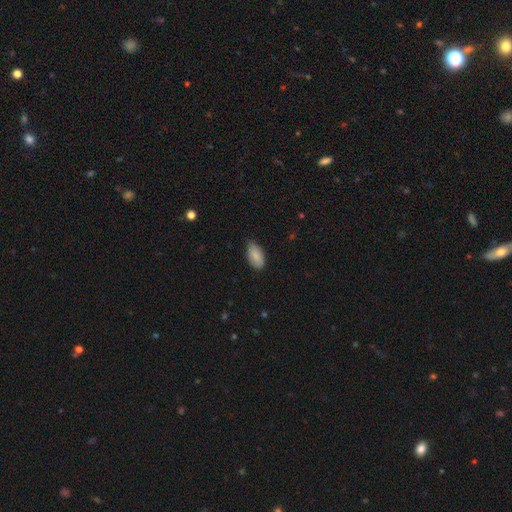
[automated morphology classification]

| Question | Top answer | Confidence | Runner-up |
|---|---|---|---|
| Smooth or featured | smooth | 87% | featured or disk (7%) |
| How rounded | in between | 94% | cigar-shaped (4%) |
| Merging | none | 73% | minor disturbance (23%) |